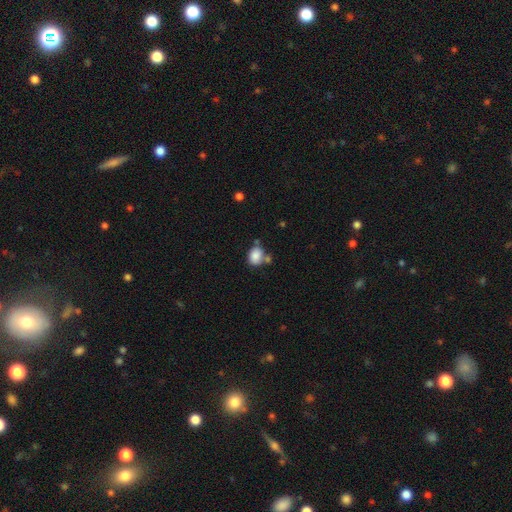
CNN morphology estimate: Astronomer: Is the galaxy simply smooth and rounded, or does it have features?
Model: smooth — 85%.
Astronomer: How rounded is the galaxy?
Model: in between — 61% (runner-up: round, 38%).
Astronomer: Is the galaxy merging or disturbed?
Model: none — 55%.